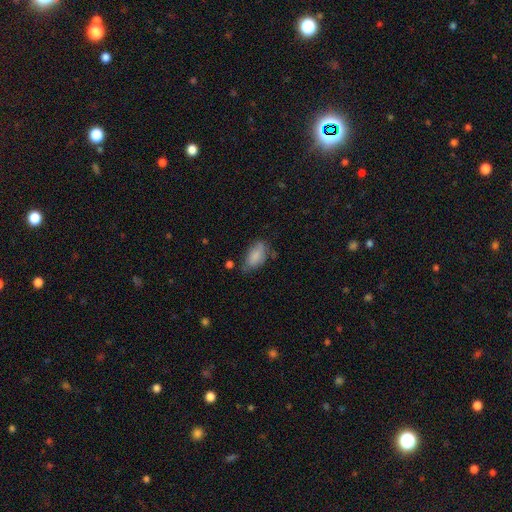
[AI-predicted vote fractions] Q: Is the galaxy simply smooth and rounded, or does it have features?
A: smooth — 80%.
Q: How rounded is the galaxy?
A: in between — 91%.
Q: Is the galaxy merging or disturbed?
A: none — 51%.